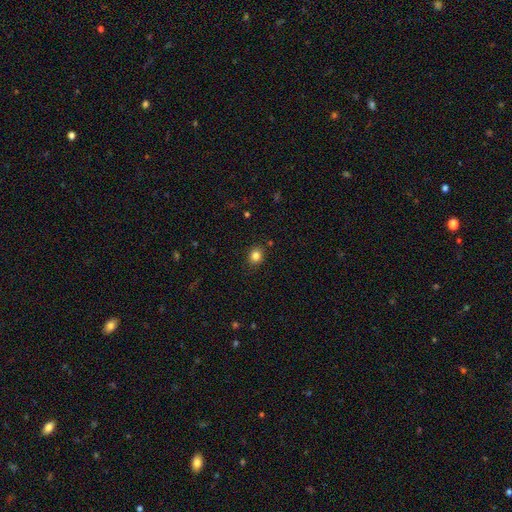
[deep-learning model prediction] Smooth or featured? Predicted: smooth (p=0.84). How rounded? Predicted: round (p=0.69). Merging? Predicted: none (p=0.87).